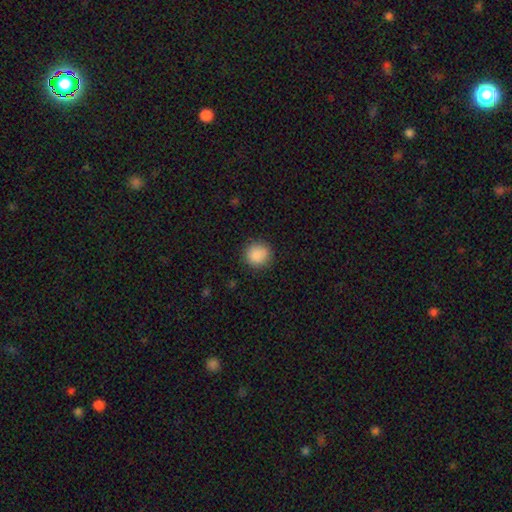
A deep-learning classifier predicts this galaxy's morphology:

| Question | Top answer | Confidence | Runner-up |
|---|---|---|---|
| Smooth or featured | smooth | 88% | star or artifact (9%) |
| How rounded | round | 91% | in between (8%) |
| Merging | none | 88% | minor disturbance (9%) |